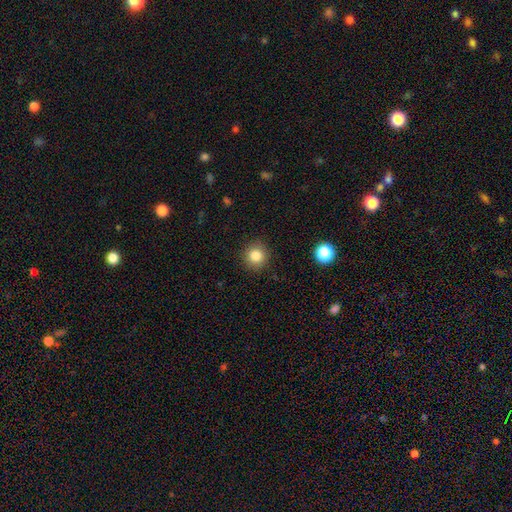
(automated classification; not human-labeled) A smooth galaxy with no disk features (84%) that is round (92%). Merging: none (90%).